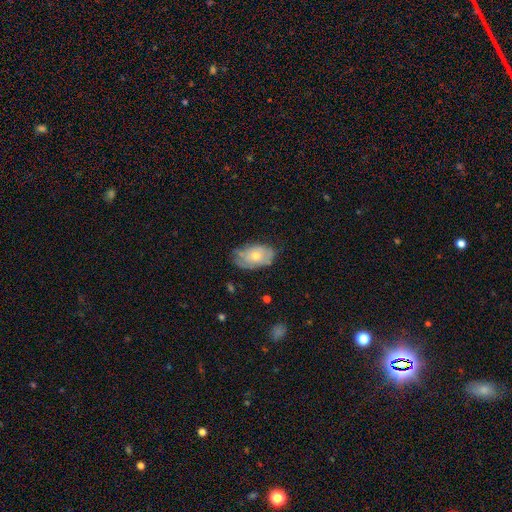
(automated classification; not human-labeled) Overall: smooth (53%; featured or disk 40%). How rounded: in between (91%). Merging: none (55%; minor disturbance 33%).